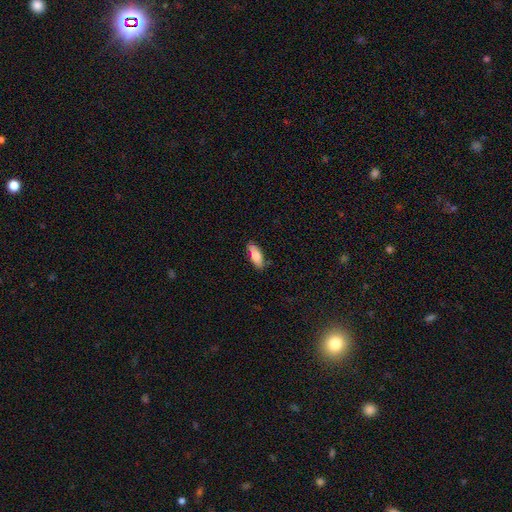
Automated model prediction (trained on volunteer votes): Smooth or featured? smooth (76%)
How rounded? in between (71%)
Merging? none (78%)